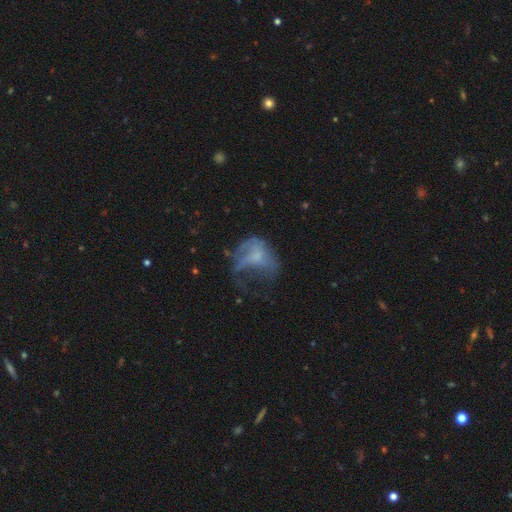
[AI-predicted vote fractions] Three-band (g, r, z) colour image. It shows a featured or disk galaxy (47%). Merging: major disturbance (56%).